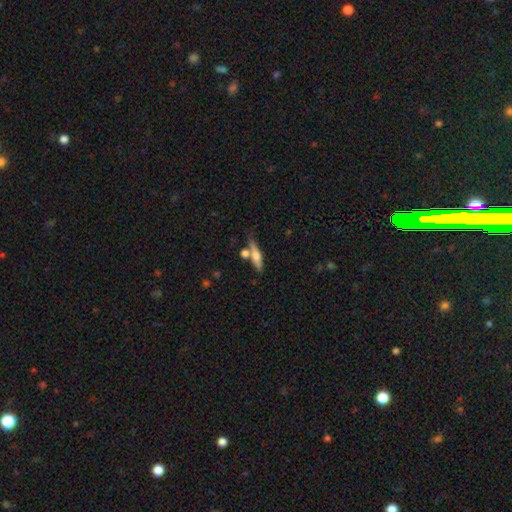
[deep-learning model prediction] The model was most divided on "smooth or featured": smooth: 53%, featured or disk: 40%, star or artifact: 8%. More confident: how rounded — cigar-shaped (73%); merging — none (61%).